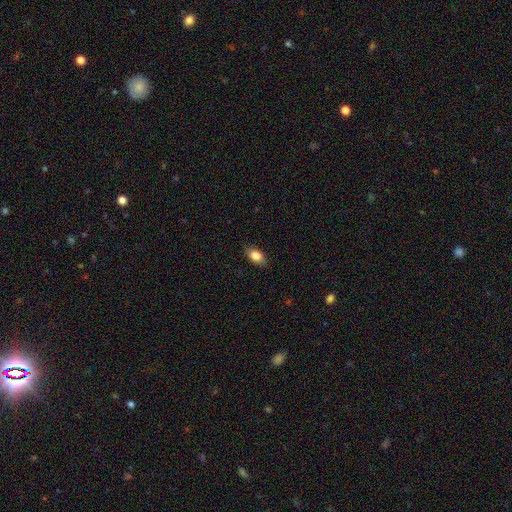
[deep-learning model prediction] A smooth galaxy with no disk features (84%) that is in between round and cigar-shaped (86%). Merging: none (85%).